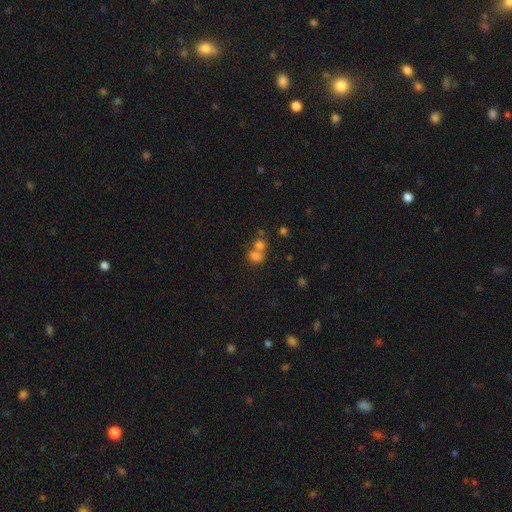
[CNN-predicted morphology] Overall: smooth (74%). How rounded: in between (50%; round 48%). Merging: merger (60%; none 30%).